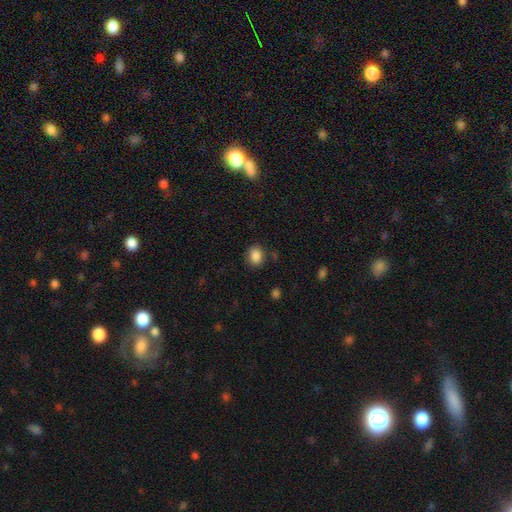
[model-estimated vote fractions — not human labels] The model was most divided on "how rounded": in between: 50%, round: 49%, cigar-shaped: 1%. More confident: smooth or featured — smooth (86%); merging — none (82%).